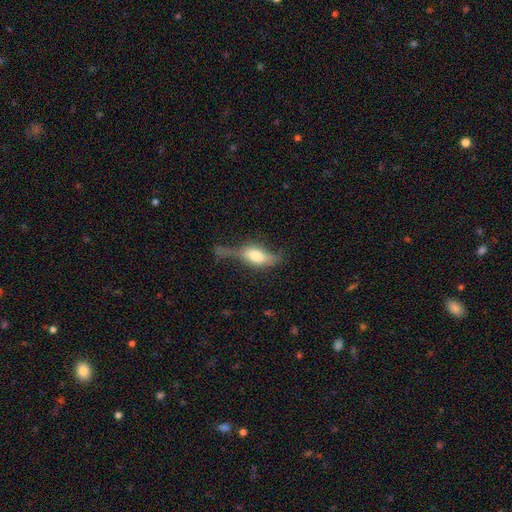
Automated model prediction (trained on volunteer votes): A smooth galaxy with no disk features (47%). Merging: none (36%).